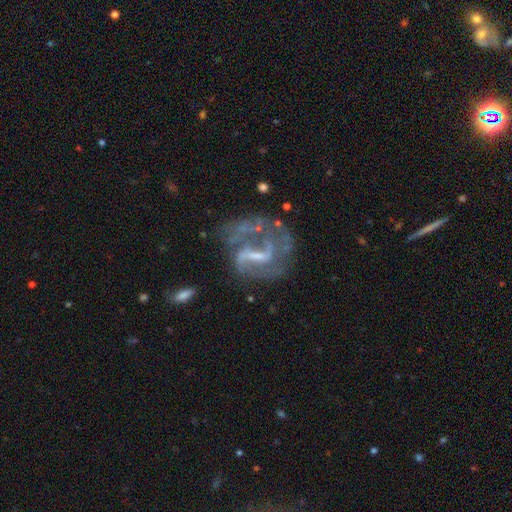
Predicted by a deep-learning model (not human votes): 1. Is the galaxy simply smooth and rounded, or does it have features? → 83% featured or disk, 9% smooth, 8% star or artifact.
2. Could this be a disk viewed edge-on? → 97% no, 3% yes.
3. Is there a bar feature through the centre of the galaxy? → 46% weak, 35% strong, 19% no.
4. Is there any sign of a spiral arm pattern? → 81% yes, 19% no.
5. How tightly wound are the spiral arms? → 44% loose, 42% medium, 15% tight.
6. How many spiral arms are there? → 61% 2, 15% can't tell, 11% 1, 7% 3, 3% 4, 3% more than 4.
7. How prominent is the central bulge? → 42% small, 32% none, 22% moderate, 2% large, 1% dominant.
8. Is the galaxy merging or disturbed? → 42% none, 32% major disturbance, 18% minor disturbance, 7% merger.